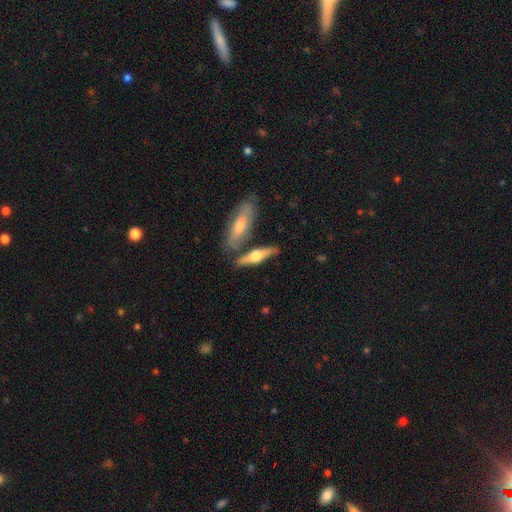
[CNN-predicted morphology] Smooth or featured?
  - featured or disk: 60% *
  - smooth: 34%
  - star or artifact: 6%
Edge-on disk?
  - yes: 93% *
  - no: 7%
Edge-on bulge?
  - rounded: 94% *
  - boxy: 4%
  - none: 2%
Merging?
  - none: 67% *
  - merger: 17%
  - minor disturbance: 12%
  - major disturbance: 3%